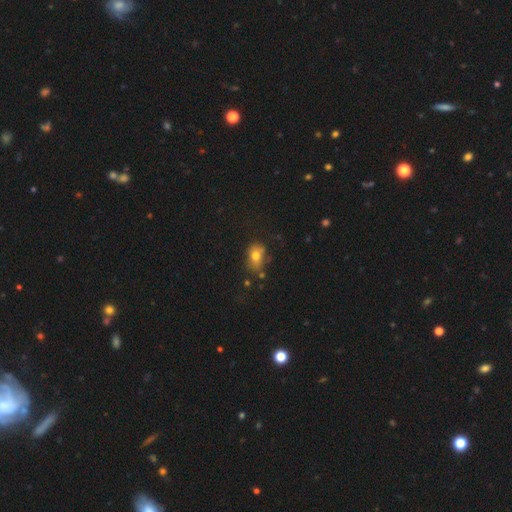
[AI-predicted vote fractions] smooth-or-featured: smooth: 73% | featured or disk: 15% | star or artifact: 12%
  how-rounded: in between: 63% | round: 35% | cigar-shaped: 1%
  merging: none: 57% | minor disturbance: 26% | major disturbance: 10% | merger: 7%